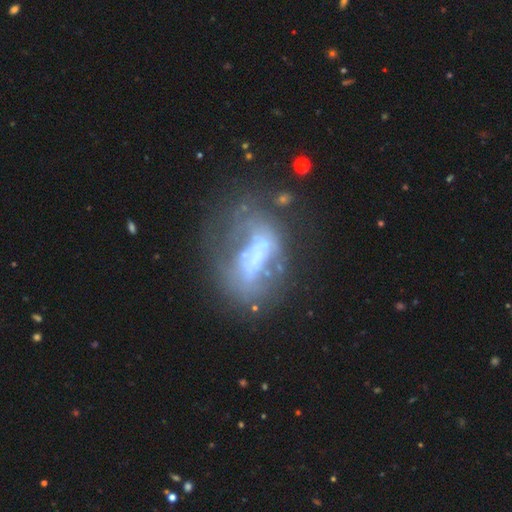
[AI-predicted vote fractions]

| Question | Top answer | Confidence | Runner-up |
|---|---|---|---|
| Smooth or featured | featured or disk | 61% | smooth (26%) |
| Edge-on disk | no | 93% | yes (7%) |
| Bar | no | 60% | strong (21%) |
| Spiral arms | no | 80% | yes (20%) |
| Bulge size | none | 47% | small (19%) |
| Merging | none | 35% | major disturbance (32%) |